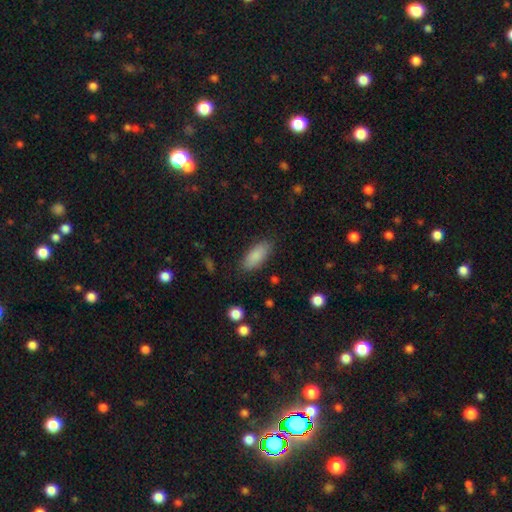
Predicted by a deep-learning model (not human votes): Overall: smooth (87%). How rounded: in between (83%). Merging: none (83%).